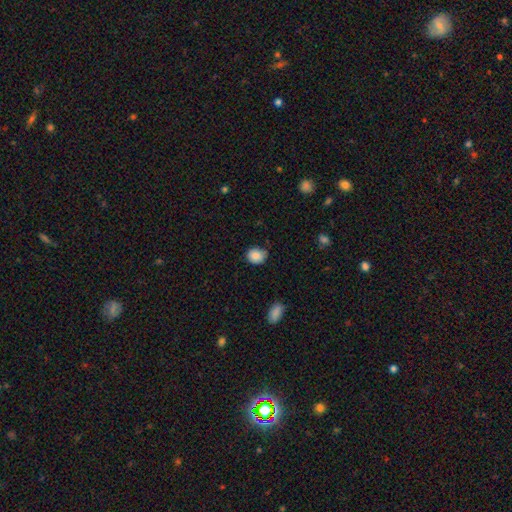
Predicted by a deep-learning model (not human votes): Smooth or featured: smooth — 86% (star or artifact — 9%)
How rounded: round — 66% (in between — 33%)
Merging: none — 73% (minor disturbance — 22%)